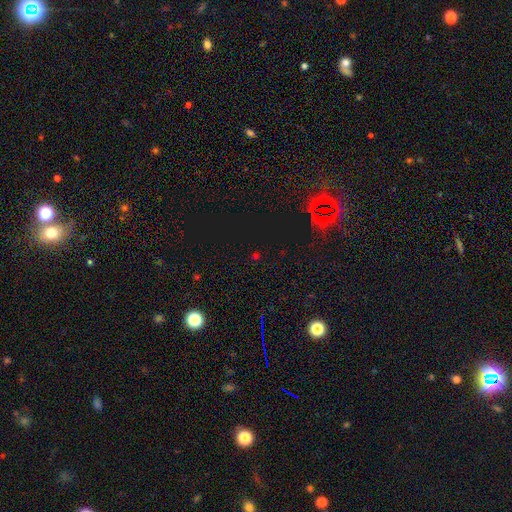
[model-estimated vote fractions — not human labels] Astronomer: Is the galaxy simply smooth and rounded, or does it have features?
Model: star or artifact — 67%.